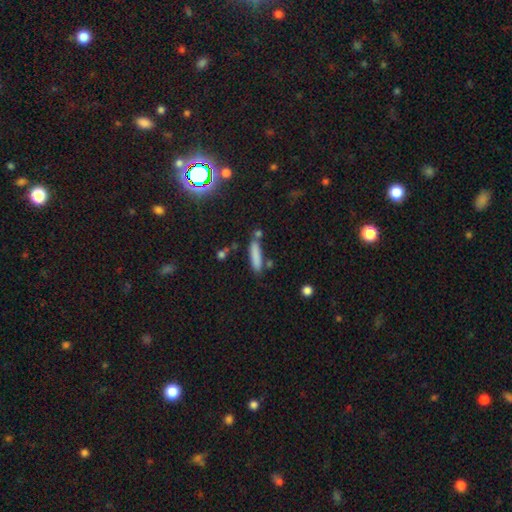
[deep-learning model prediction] Q: Smooth or featured?
A: smooth (80%); runner-up: featured or disk (11%)
Q: How rounded?
A: cigar-shaped (78%); runner-up: in between (20%)
Q: Merging?
A: none (72%); runner-up: minor disturbance (14%)